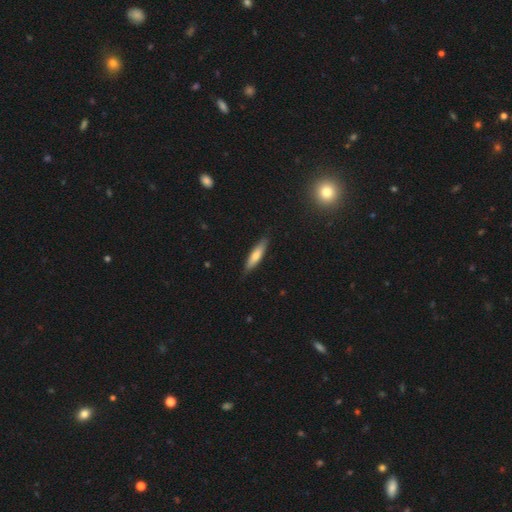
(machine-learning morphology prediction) type=smooth (68%); roundness=cigar-shaped (72%); merging=none (85%).